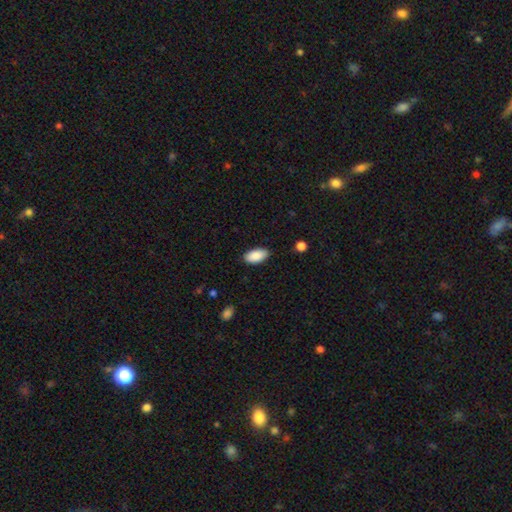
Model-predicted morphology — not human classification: type=smooth (88%); roundness=in between (95%); merging=none (85%).